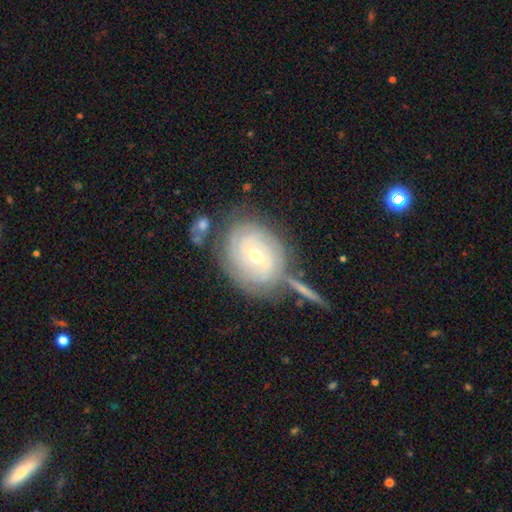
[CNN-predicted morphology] This appears to be a featured or disk galaxy (78%) with no bar (63%), tight (81%) spiral arms (90%) and a moderate central bulge (52%). Merging: none (66%).